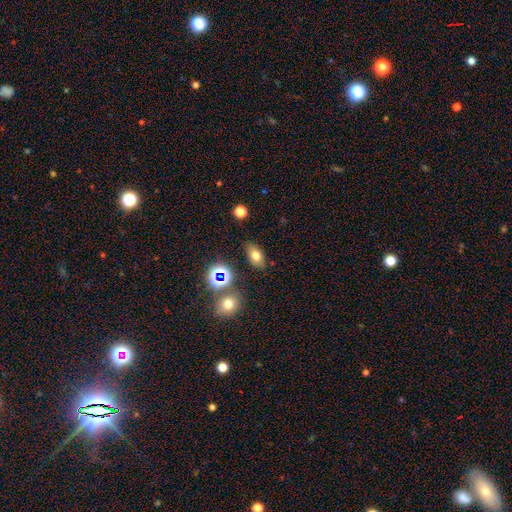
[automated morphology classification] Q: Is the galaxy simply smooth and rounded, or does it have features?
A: smooth — 71%.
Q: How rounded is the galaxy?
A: in between — 85%.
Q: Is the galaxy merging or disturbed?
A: none — 81%.